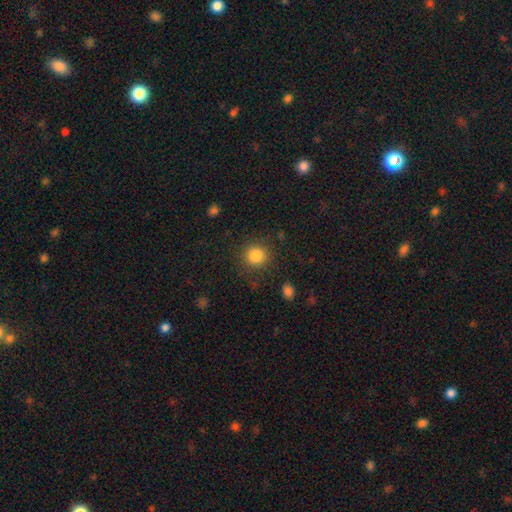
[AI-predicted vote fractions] The model was most divided on "smooth or featured": smooth: 84%, star or artifact: 11%, featured or disk: 5%. More confident: how rounded — round (92%); merging — none (86%).